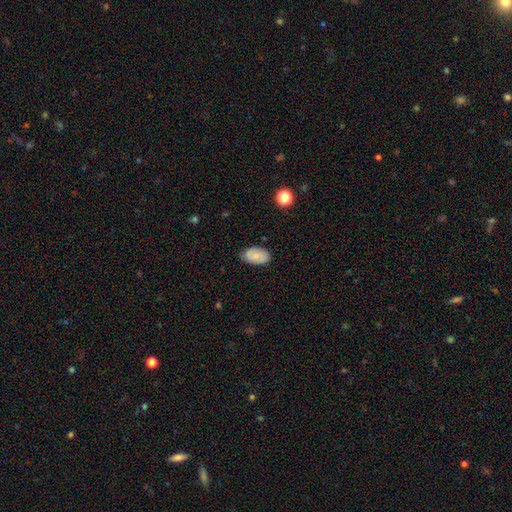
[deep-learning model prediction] Overall: smooth (73%). How rounded: in between (92%). Merging: none (79%).